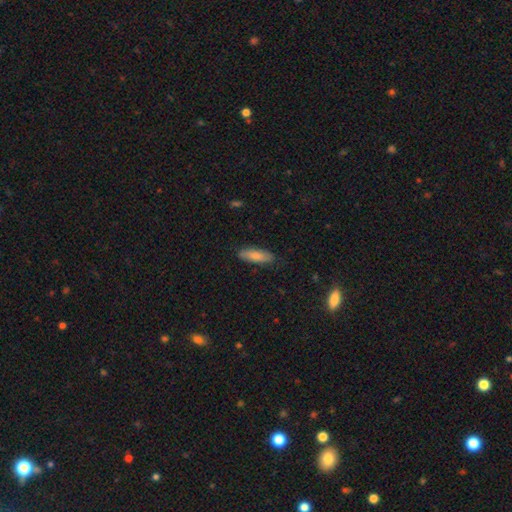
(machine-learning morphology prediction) The model was most divided on "how rounded" (2-way tie): in between: 49%, cigar-shaped: 49%, round: 2%. More confident: merging — none (84%); smooth or featured — smooth (82%).